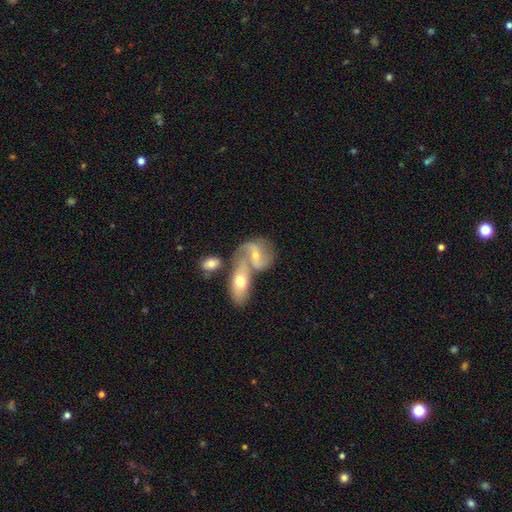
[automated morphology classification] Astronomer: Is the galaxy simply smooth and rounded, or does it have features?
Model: featured or disk — 71%.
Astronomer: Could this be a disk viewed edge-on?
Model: no — 95%.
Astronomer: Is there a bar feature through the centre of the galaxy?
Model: weak — 45% (runner-up: no, 38%).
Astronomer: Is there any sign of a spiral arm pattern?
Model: yes — 88%.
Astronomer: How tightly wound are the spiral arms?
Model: medium — 46% (runner-up: loose, 40%).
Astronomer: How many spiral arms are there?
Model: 2 — 79%.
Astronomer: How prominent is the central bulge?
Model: moderate — 52% (runner-up: small, 43%).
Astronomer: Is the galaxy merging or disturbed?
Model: merger — 53% (runner-up: none, 30%).